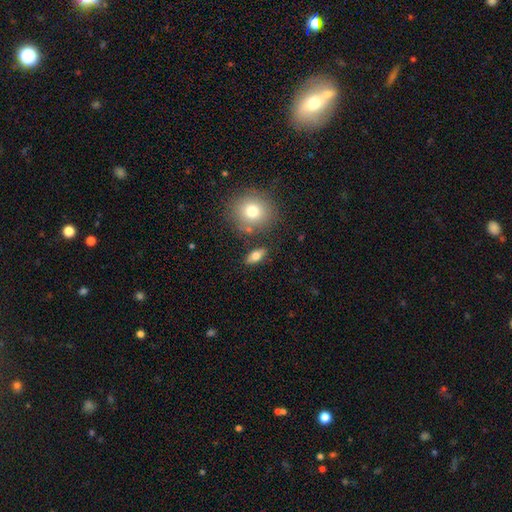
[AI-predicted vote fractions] smooth-or-featured: smooth: 70% | featured or disk: 22% | star or artifact: 8%
  how-rounded: in between: 79% | cigar-shaped: 13% | round: 8%
  merging: none: 82% | minor disturbance: 10% | merger: 5% | major disturbance: 3%